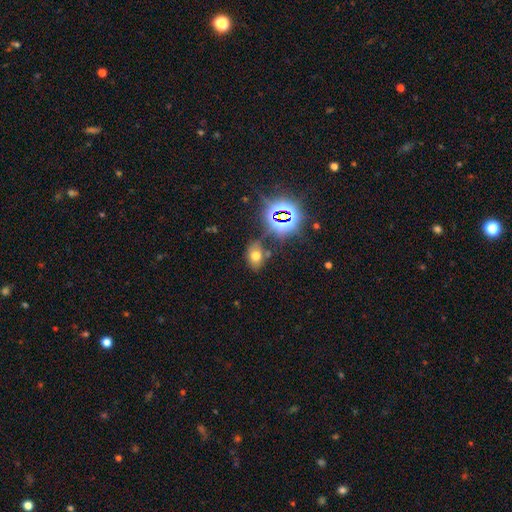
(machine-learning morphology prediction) smooth-or-featured: smooth: 57% | star or artifact: 29% | featured or disk: 13%
  how-rounded: in between: 73% | round: 25% | cigar-shaped: 2%
  merging: none: 64% | minor disturbance: 18% | merger: 11% | major disturbance: 7%